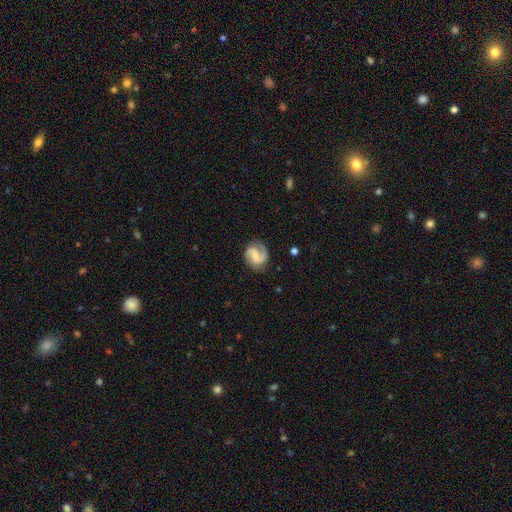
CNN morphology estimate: Overall: featured or disk (84%). Edge-on disk: no (98%). Bar: weak (48%; no 36%). Spiral arms: yes (97%). Spiral arm count: 2 (90%). Spiral winding: medium (52%; tight 24%). Bulge size: small (48%; moderate 26%). Merging: none (81%).